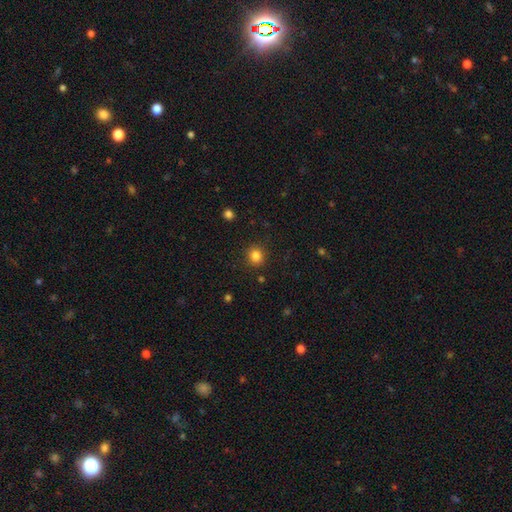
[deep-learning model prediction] Smooth or featured?
  - smooth: 83% *
  - star or artifact: 12%
  - featured or disk: 5%
How rounded?
  - round: 87% *
  - in between: 12%
  - cigar-shaped: 1%
Merging?
  - none: 89% *
  - minor disturbance: 7%
  - major disturbance: 3%
  - merger: 1%